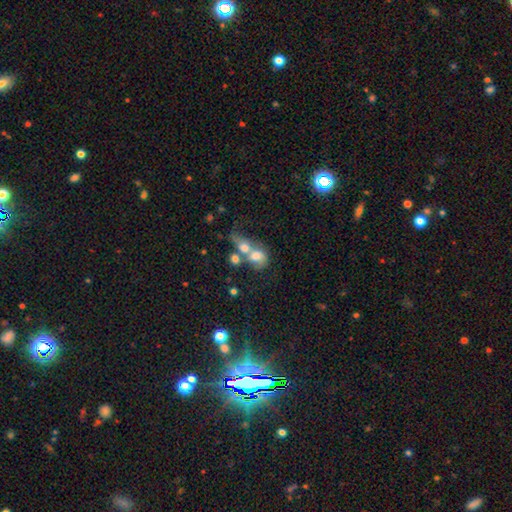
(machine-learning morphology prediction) This is likely a smooth galaxy (65%). How rounded: possibly in between (53%). Merging: likely merger (69%).